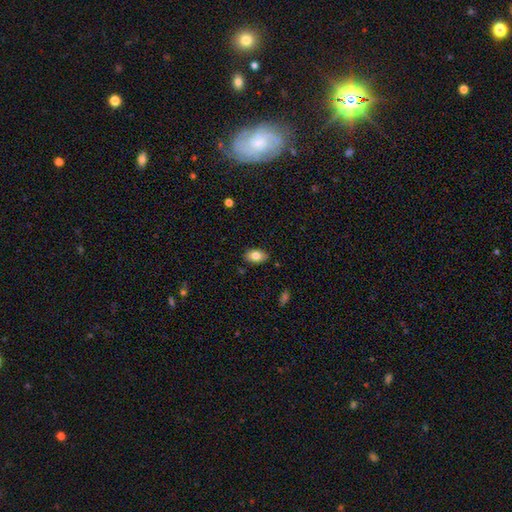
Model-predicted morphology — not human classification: This appears to be a smooth galaxy with no disk features (81%) that is in between round and cigar-shaped (90%). Merging: none (87%).